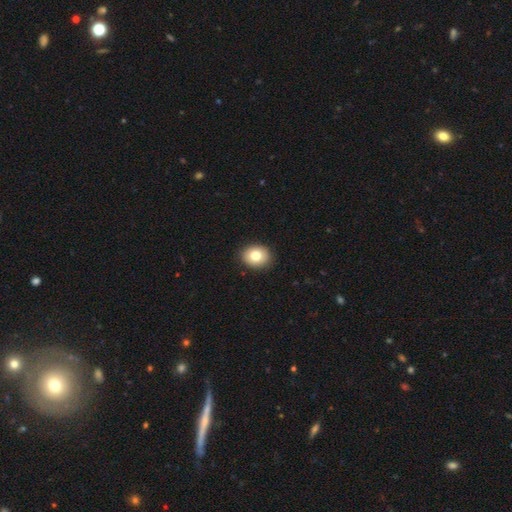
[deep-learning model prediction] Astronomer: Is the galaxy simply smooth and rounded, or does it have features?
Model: smooth — 79%.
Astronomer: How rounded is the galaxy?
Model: round — 56% (runner-up: in between, 43%).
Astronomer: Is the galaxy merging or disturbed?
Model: none — 90%.